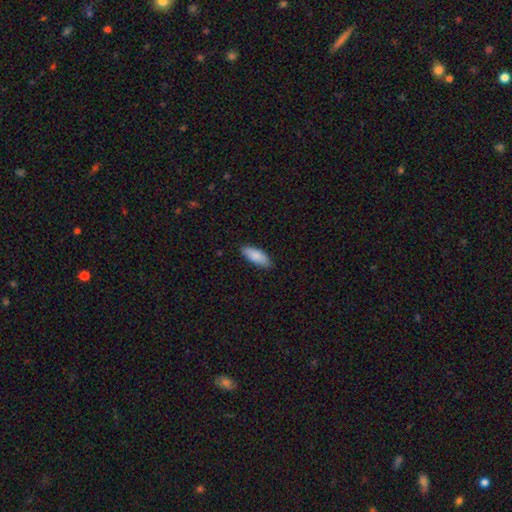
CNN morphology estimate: Smooth or featured? smooth (87%)
How rounded? in between (75%)
Merging? none (86%)